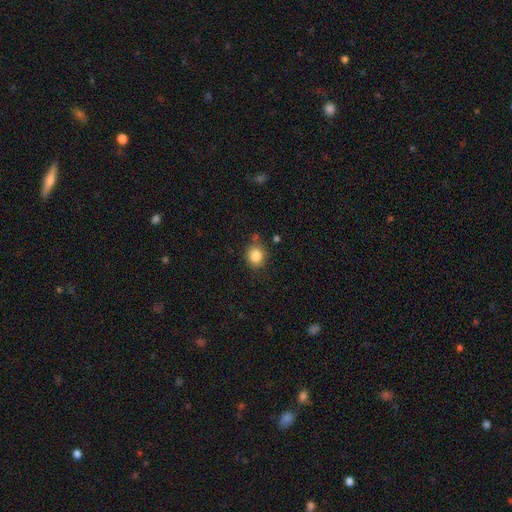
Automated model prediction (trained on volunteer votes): Q: Smooth or featured?
A: smooth (85%); runner-up: star or artifact (10%)
Q: How rounded?
A: round (76%); runner-up: in between (23%)
Q: Merging?
A: none (76%); runner-up: minor disturbance (16%)